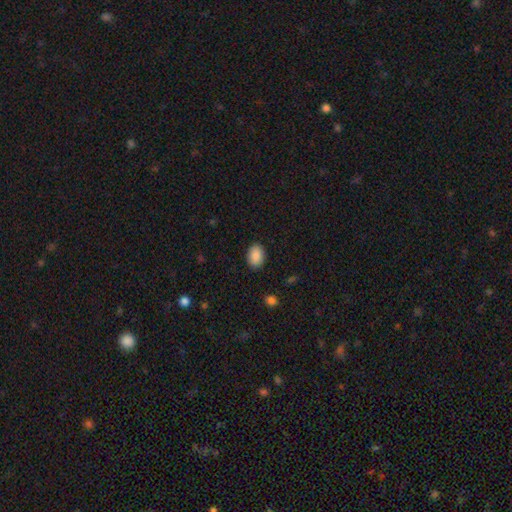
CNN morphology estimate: This is clearly a smooth galaxy (89%). How rounded: clearly in between (83%). Merging: clearly none (89%).